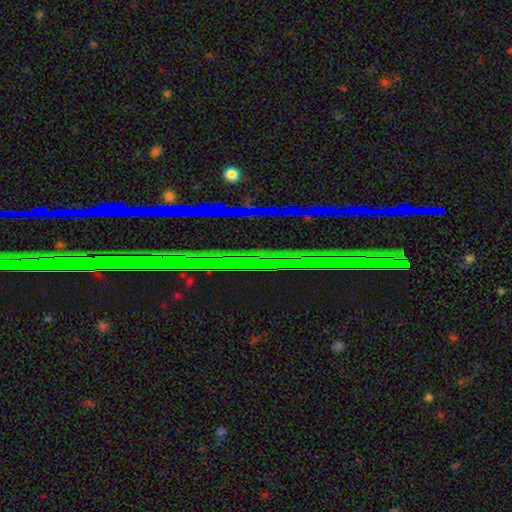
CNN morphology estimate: A star or artifact, not a galaxy (83%).

Vote fractions:
- Smooth or featured? star or artifact: 83% / featured or disk: 10% / smooth: 7%